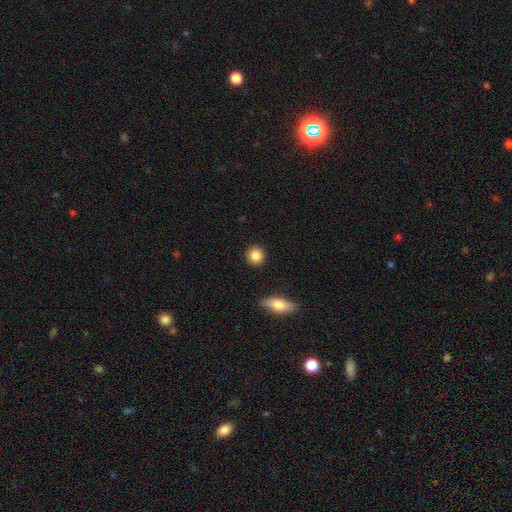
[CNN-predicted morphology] A smooth galaxy with no disk features (87%) that is round (91%).

Vote fractions:
- Smooth or featured? smooth: 87% / star or artifact: 8% / featured or disk: 5%
- How rounded? round: 91% / in between: 8% / cigar-shaped: 1%
- Merging? none: 91% / minor disturbance: 6% / major disturbance: 2% / merger: 2%